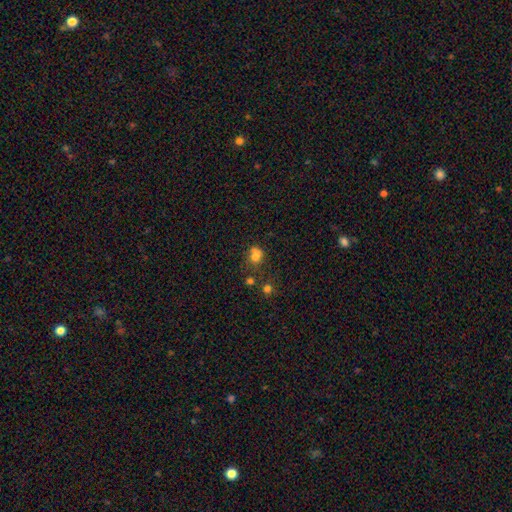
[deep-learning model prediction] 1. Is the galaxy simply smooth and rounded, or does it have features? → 68% smooth, 18% star or artifact, 14% featured or disk.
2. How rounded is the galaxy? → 53% round, 46% in between, 1% cigar-shaped.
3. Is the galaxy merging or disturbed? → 35% none, 34% merger, 18% minor disturbance, 13% major disturbance.